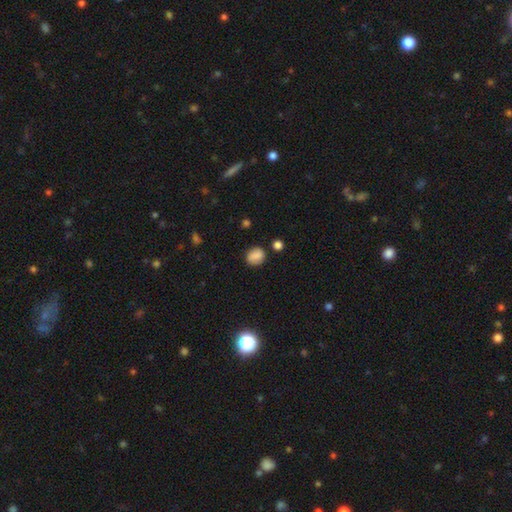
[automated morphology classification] Smooth or featured?
  - smooth: 80% *
  - star or artifact: 10%
  - featured or disk: 10%
How rounded?
  - round: 66% *
  - in between: 33%
  - cigar-shaped: 1%
Merging?
  - none: 76% *
  - minor disturbance: 16%
  - major disturbance: 4%
  - merger: 4%